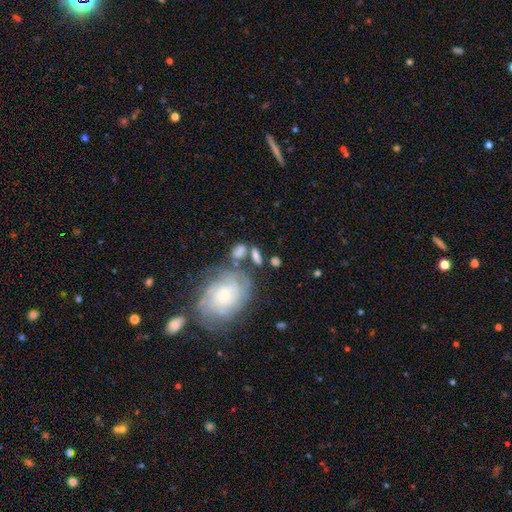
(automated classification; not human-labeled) Q: Smooth or featured?
A: smooth (63%); runner-up: featured or disk (28%)
Q: How rounded?
A: in between (71%); runner-up: cigar-shaped (15%)
Q: Merging?
A: none (55%); runner-up: merger (19%)